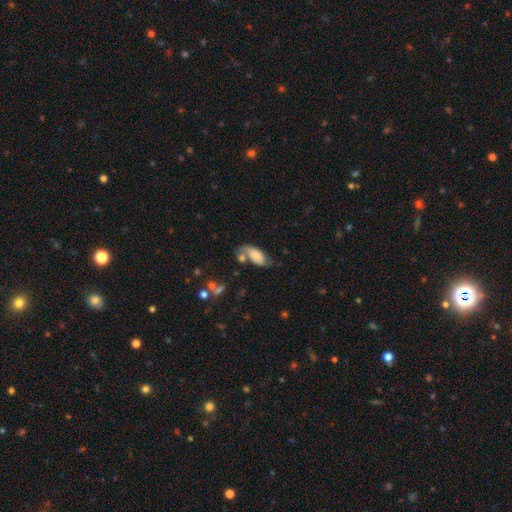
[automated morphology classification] Smooth or featured? smooth (59%)
How rounded? in between (90%)
Merging? none (42%)